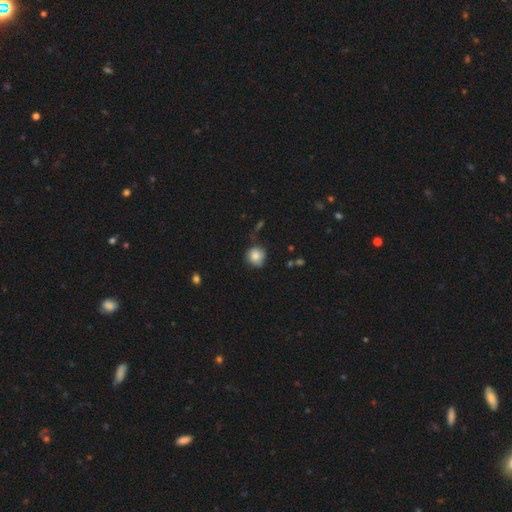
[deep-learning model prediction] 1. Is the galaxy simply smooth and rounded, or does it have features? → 81% smooth, 10% featured or disk, 9% star or artifact.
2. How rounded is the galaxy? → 88% round, 11% in between, 1% cigar-shaped.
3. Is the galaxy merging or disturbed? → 66% none, 25% minor disturbance, 6% major disturbance, 3% merger.